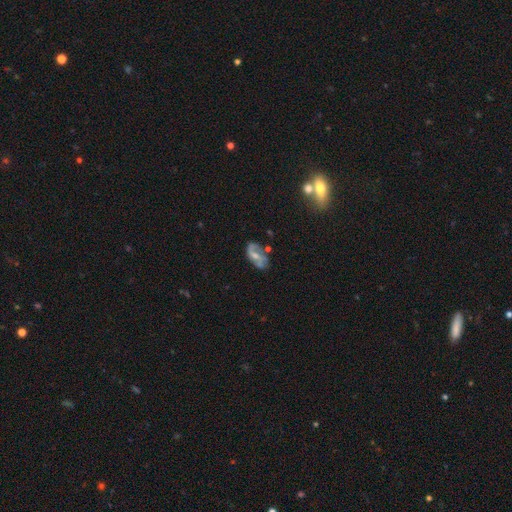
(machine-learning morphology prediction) Smooth or featured? featured or disk (64%)
Edge-on disk? no (94%)
Bar? no (43%)
Spiral arms? yes (76%)
Bulge size? moderate (44%, tied with small)
Merging? none (55%)